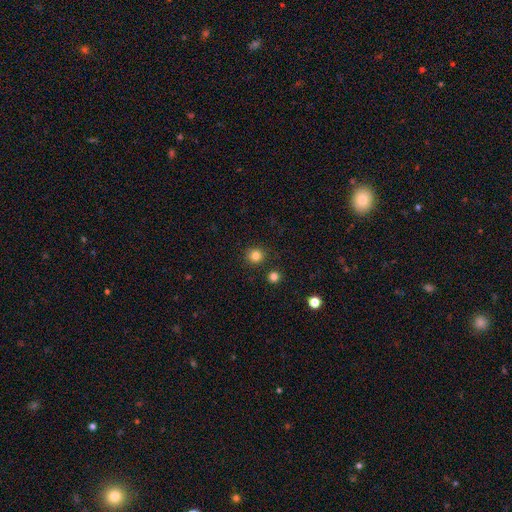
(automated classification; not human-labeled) Smooth or featured?
  - smooth: 82% *
  - star or artifact: 13%
  - featured or disk: 5%
How rounded?
  - round: 92% *
  - in between: 7%
  - cigar-shaped: 1%
Merging?
  - none: 89% *
  - minor disturbance: 6%
  - merger: 3%
  - major disturbance: 2%